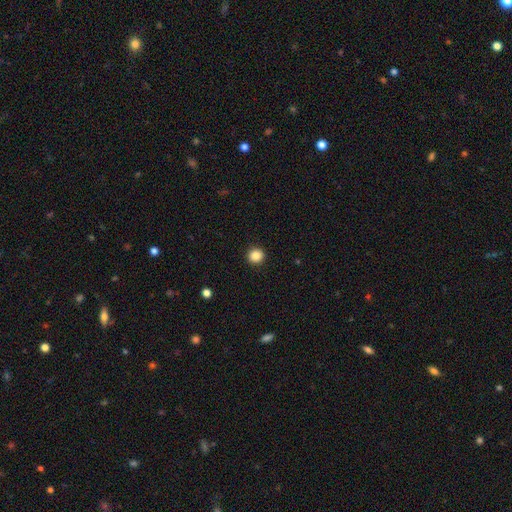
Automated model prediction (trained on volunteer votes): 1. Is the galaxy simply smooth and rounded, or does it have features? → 86% smooth, 10% star or artifact, 3% featured or disk.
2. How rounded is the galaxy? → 94% round, 5% in between, 1% cigar-shaped.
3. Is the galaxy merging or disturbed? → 93% none, 4% minor disturbance, 2% major disturbance, 1% merger.